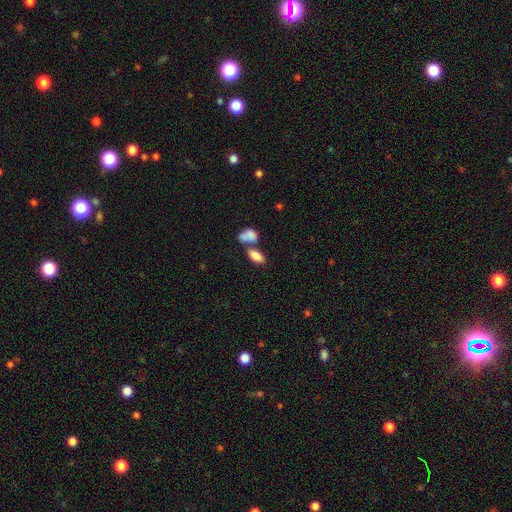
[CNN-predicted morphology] Overall: smooth (84%). How rounded: in between (91%). Merging: merger (50%; none 35%).